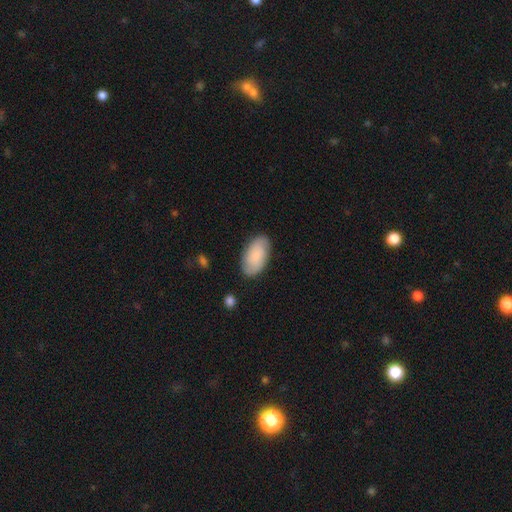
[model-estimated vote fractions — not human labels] smooth_or_featured: smooth (p=0.69) [alt: featured or disk p=0.24]
how_rounded: in between (p=0.95) [alt: round p=0.03]
merging: none (p=0.84) [alt: minor disturbance p=0.12]